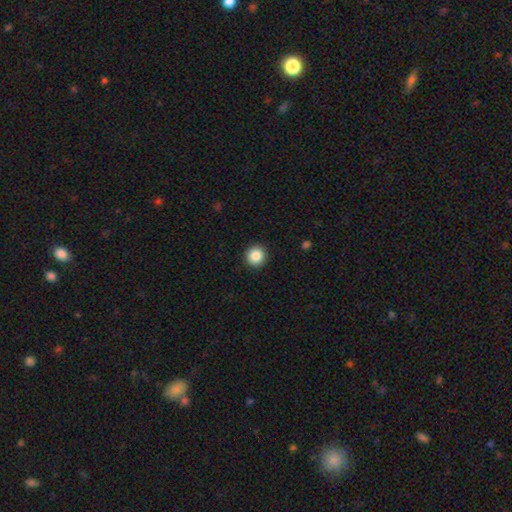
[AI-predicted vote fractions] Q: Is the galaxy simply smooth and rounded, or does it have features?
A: smooth — 86%.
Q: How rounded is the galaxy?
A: round — 94%.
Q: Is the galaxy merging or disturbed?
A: none — 93%.